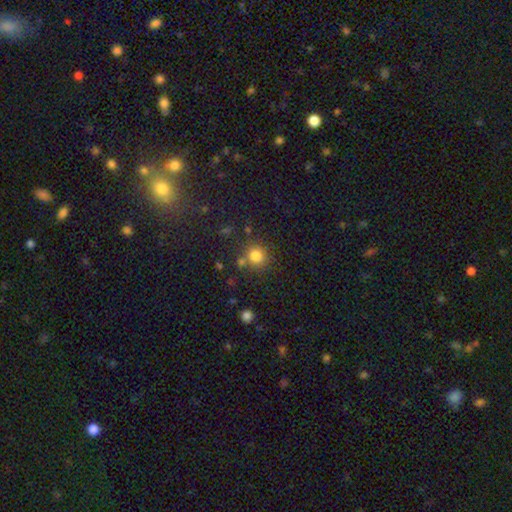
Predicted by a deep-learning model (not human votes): Smooth or featured?
  - smooth: 81% *
  - star or artifact: 13%
  - featured or disk: 6%
How rounded?
  - round: 91% *
  - in between: 8%
  - cigar-shaped: 1%
Merging?
  - none: 74% *
  - merger: 12%
  - minor disturbance: 10%
  - major disturbance: 4%